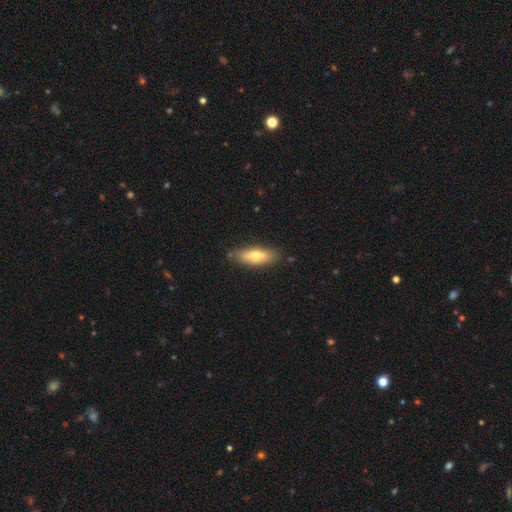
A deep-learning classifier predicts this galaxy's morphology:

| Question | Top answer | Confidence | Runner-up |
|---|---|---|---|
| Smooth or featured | smooth | 68% | featured or disk (26%) |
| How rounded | in between | 63% | cigar-shaped (35%) |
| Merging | none | 82% | minor disturbance (14%) |